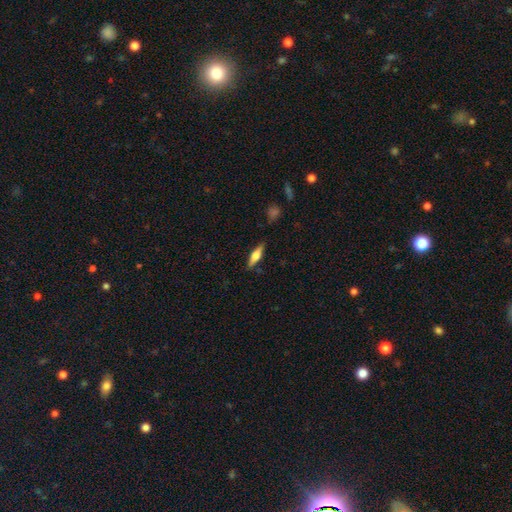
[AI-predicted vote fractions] Smooth or featured? Predicted: featured or disk (p=0.50). Merging? Predicted: none (p=0.86).